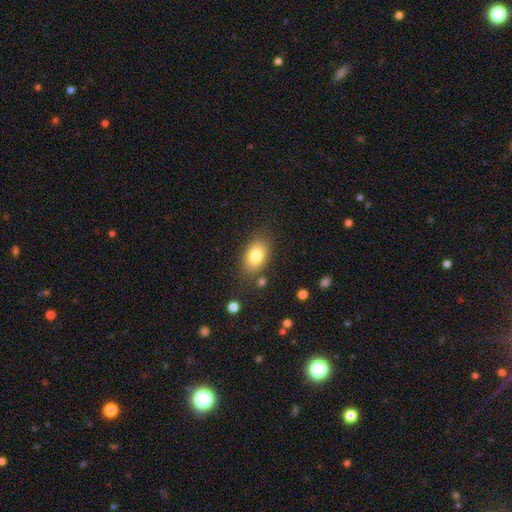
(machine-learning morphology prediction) A smooth galaxy with no disk features (81%) that is in between round and cigar-shaped (87%).

Vote fractions:
- Smooth or featured? smooth: 81% / featured or disk: 11% / star or artifact: 8%
- How rounded? in between: 87% / round: 11% / cigar-shaped: 2%
- Merging? none: 80% / minor disturbance: 13% / major disturbance: 4% / merger: 4%